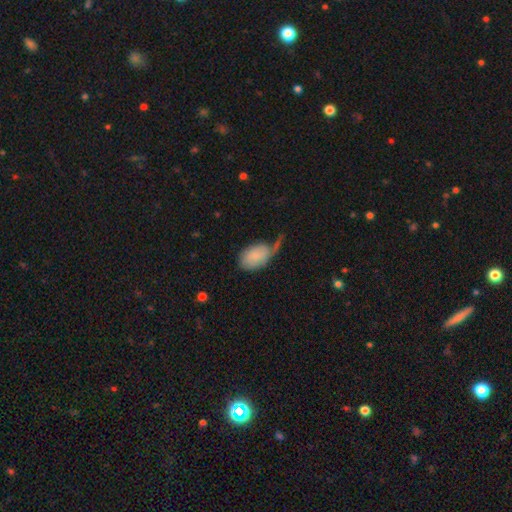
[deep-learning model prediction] The model was most divided on "merging": none: 33%, minor disturbance: 29%, major disturbance: 28%, merger: 10%. More confident: how rounded — in between (91%); smooth or featured — smooth (78%).